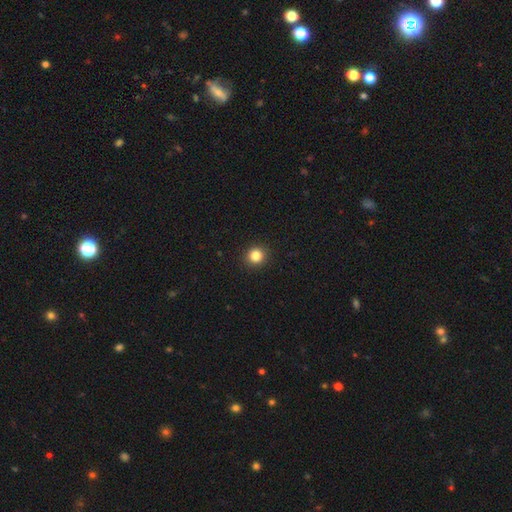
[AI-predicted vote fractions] smooth-or-featured: smooth: 84% | star or artifact: 12% | featured or disk: 4%
  how-rounded: round: 92% | in between: 8% | cigar-shaped: 1%
  merging: none: 92% | minor disturbance: 5% | major disturbance: 2% | merger: 1%